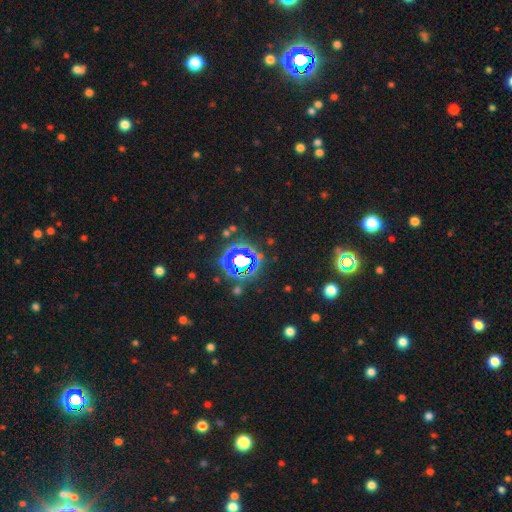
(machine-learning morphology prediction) The model was most divided on "smooth or featured": star or artifact: 76%, smooth: 15%, featured or disk: 9%.